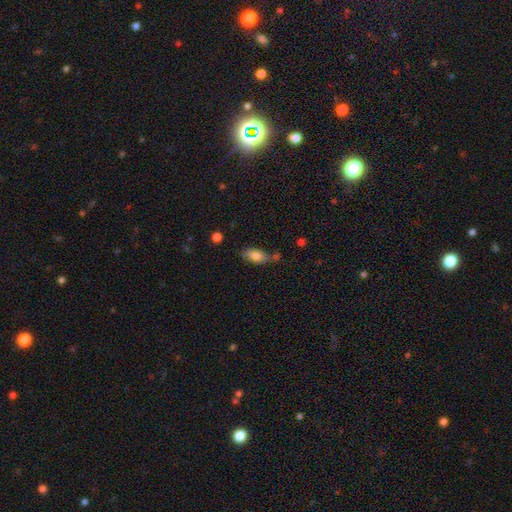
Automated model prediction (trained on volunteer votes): Overall: smooth (79%). How rounded: in between (85%). Merging: none (68%).